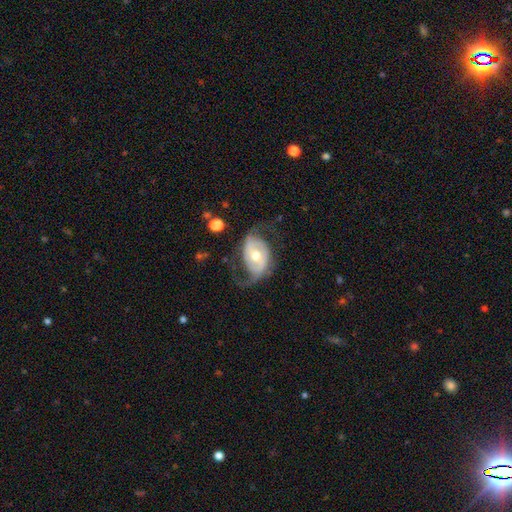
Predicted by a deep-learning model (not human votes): Smooth or featured? featured or disk (80%)
Edge-on disk? no (96%)
Bar? no (42%)
Spiral arms? yes (88%)
Spiral winding? loose (53%)
Spiral arm count? 2 (84%)
Bulge size? moderate (73%)
Merging? none (55%)